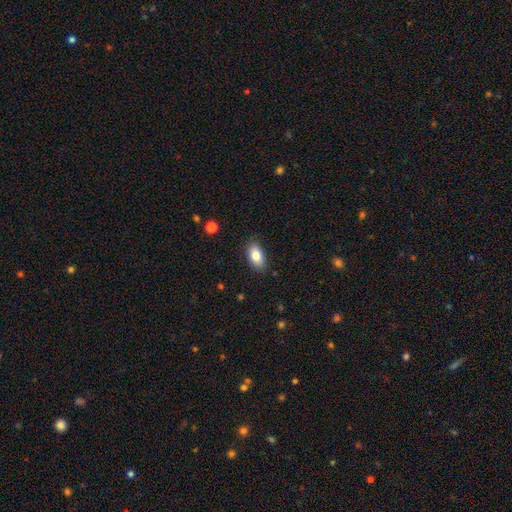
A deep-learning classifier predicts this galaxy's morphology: smooth 81%, featured or disk 12%, star or artifact 8%. Down the decision tree: how rounded — in between (91%); merging — none (86%).